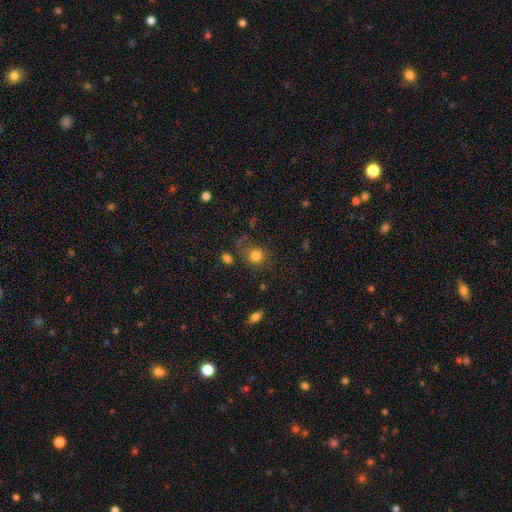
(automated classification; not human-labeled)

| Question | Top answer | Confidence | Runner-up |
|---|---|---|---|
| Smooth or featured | smooth | 81% | star or artifact (12%) |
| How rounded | round | 82% | in between (17%) |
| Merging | none | 68% | minor disturbance (16%) |